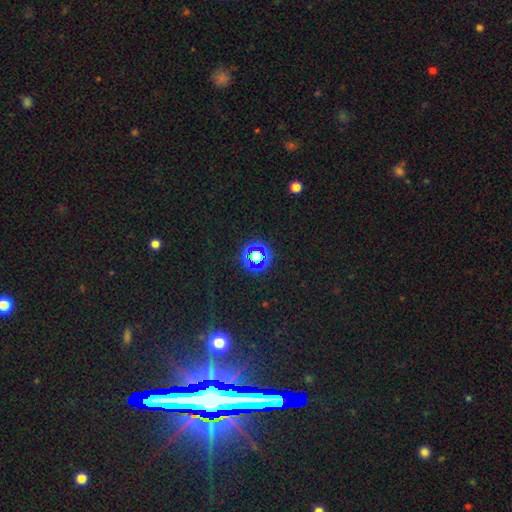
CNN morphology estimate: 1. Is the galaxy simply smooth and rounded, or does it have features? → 69% star or artifact, 21% smooth, 10% featured or disk.